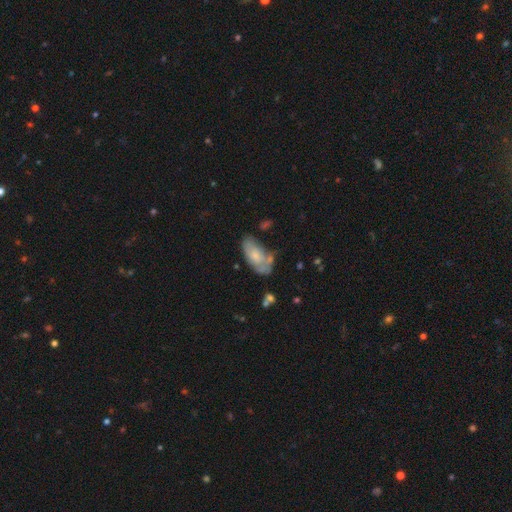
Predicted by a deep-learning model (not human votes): Morphology: type=smooth (60%); roundness=in between (90%); merging=none (46%).